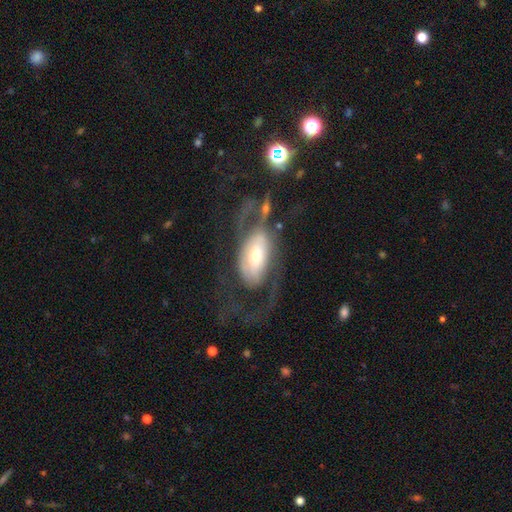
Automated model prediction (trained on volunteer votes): This is likely a featured or disk galaxy (75%). It is clearly not viewed edge-on (93%). Bar: possibly no (46%). Spiral arm pattern: clearly yes (84%). Spiral arm count: likely 2 (74%). Spiral winding: marginally medium (41%, tied with loose). Central bulge: possibly moderate (52%). Merging: marginally none (44%).